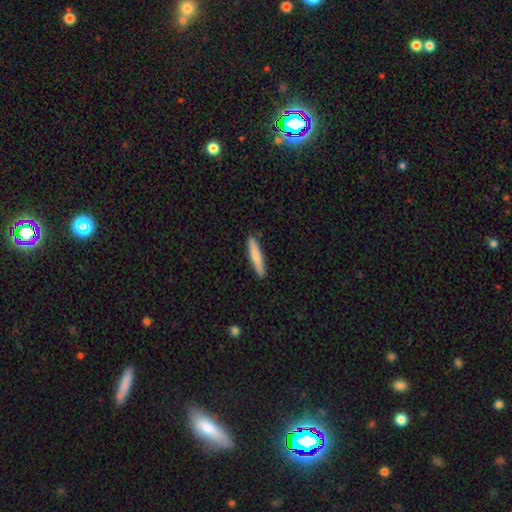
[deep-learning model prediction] smooth-or-featured: smooth: 77% | featured or disk: 17% | star or artifact: 5%
  how-rounded: cigar-shaped: 92% | in between: 6% | round: 1%
  merging: none: 89% | minor disturbance: 8% | major disturbance: 2% | merger: 1%